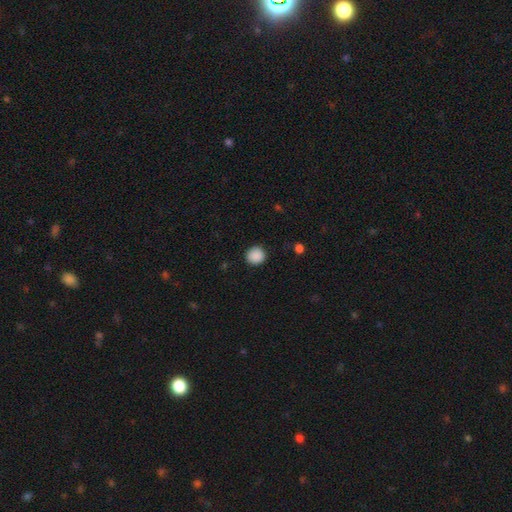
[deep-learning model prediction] A smooth galaxy with no disk features (89%) that is round (92%).

Vote fractions:
- Smooth or featured? smooth: 89% / star or artifact: 9% / featured or disk: 3%
- How rounded? round: 92% / in between: 7% / cigar-shaped: 1%
- Merging? none: 91% / minor disturbance: 6% / major disturbance: 2% / merger: 1%